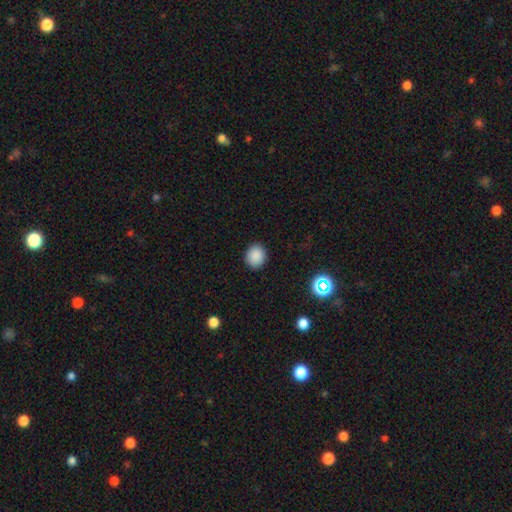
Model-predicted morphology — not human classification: smooth_or_featured: smooth (p=0.87) [alt: star or artifact p=0.10]
how_rounded: round (p=0.78) [alt: in between p=0.21]
merging: none (p=0.90) [alt: minor disturbance p=0.07]